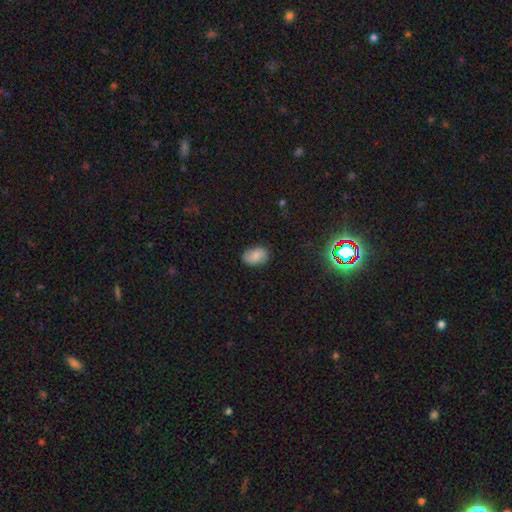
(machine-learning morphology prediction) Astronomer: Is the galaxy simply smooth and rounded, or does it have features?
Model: smooth — 68%.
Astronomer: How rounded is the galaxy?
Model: in between — 82%.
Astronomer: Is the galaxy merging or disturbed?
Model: none — 80%.